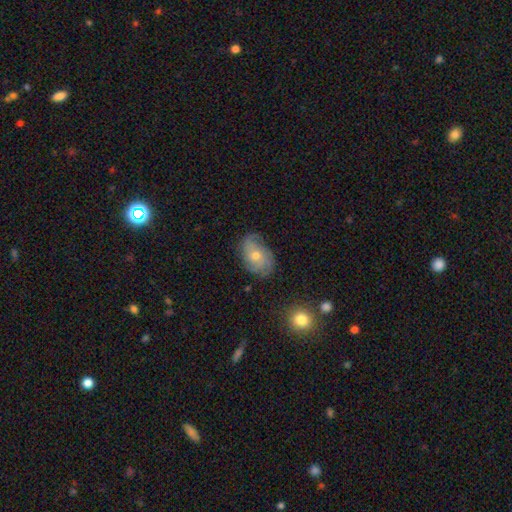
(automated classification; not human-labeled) A featured or disk galaxy (64%) with no bar (80%), tight (44%) spiral arms (88%) and a moderate central bulge (53%). Merging: none (69%).